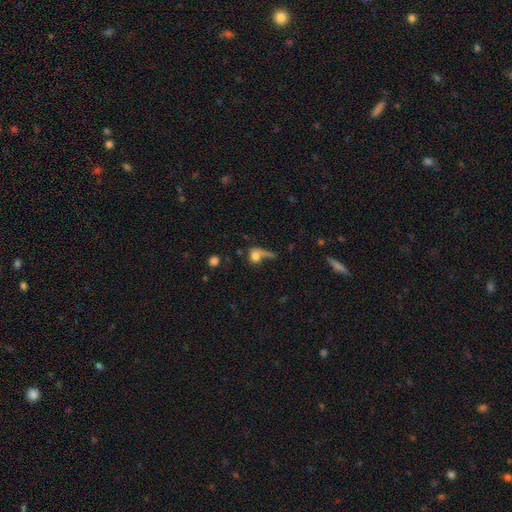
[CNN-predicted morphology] Q: Smooth or featured?
A: smooth (68%); runner-up: featured or disk (19%)
Q: How rounded?
A: round (57%); runner-up: in between (37%)
Q: Merging?
A: none (33%); runner-up: major disturbance (29%)